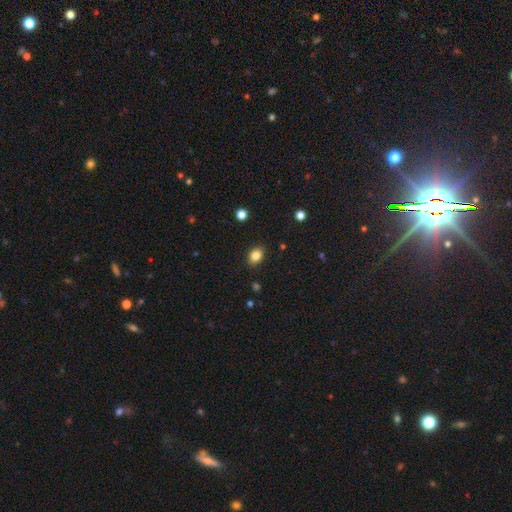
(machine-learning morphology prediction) smooth 84%, star or artifact 10%, featured or disk 6%. Down the decision tree: how rounded — in between (72%); merging — none (86%).